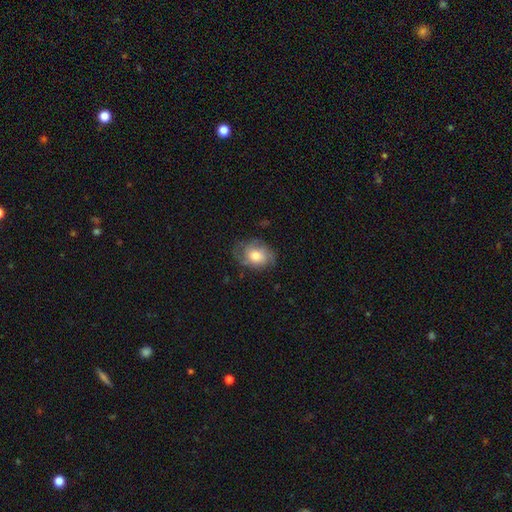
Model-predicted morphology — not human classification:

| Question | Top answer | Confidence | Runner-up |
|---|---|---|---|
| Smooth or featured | smooth | 55% | featured or disk (37%) |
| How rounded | in between | 66% | round (33%) |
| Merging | none | 64% | minor disturbance (25%) |